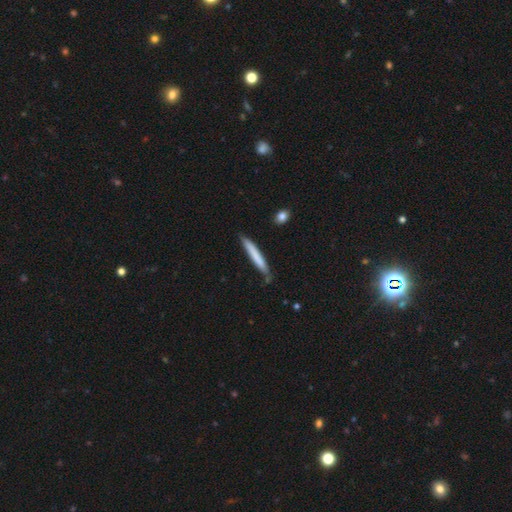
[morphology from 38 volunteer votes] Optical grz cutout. It shows a smooth galaxy with no disk features (87%) that is cigar-shaped (94%). Merging: none (87%).